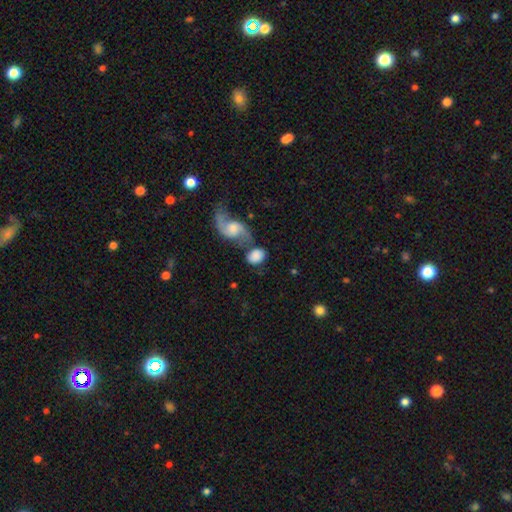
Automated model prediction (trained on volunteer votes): smooth-or-featured: smooth: 71% | featured or disk: 22% | star or artifact: 7%
  how-rounded: in between: 64% | round: 33% | cigar-shaped: 2%
  merging: none: 39% | merger: 36% | minor disturbance: 15% | major disturbance: 10%